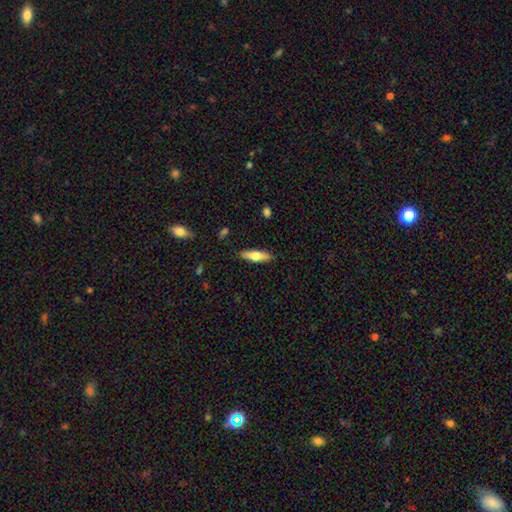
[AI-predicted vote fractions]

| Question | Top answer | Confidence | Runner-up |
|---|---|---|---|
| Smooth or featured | smooth | 54% | featured or disk (40%) |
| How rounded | cigar-shaped | 62% | in between (36%) |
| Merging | none | 88% | minor disturbance (9%) |